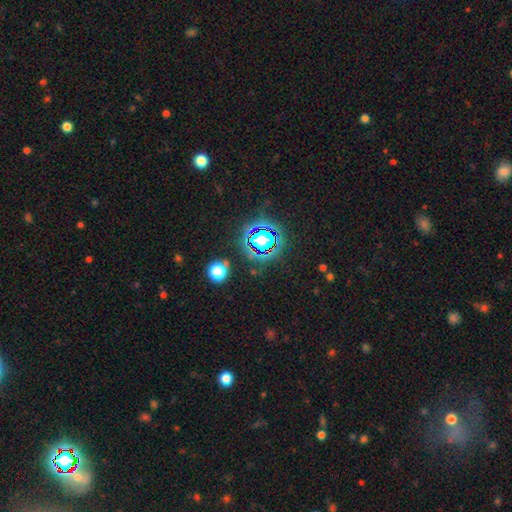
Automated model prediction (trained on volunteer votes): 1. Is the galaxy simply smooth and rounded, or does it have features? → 80% star or artifact, 12% smooth, 7% featured or disk.